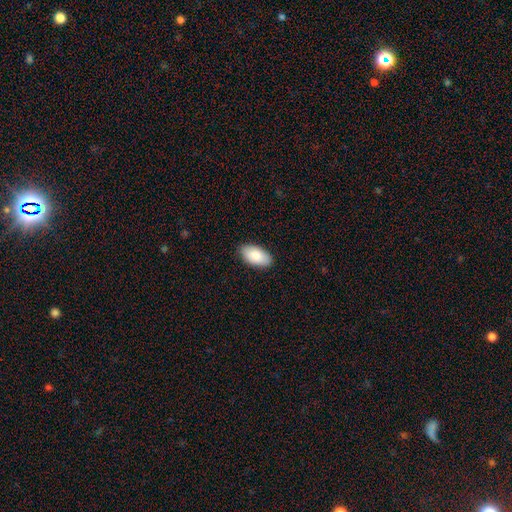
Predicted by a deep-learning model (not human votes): Smooth or featured? Predicted: smooth (p=0.86). How rounded? Predicted: in between (p=0.96). Merging? Predicted: none (p=0.88).